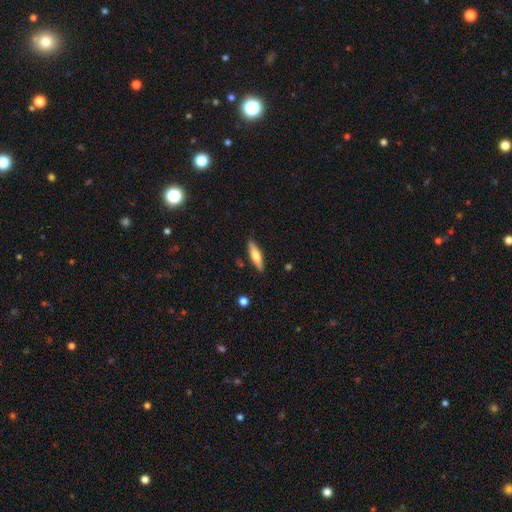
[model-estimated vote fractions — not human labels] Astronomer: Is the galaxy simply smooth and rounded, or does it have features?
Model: smooth — 66%.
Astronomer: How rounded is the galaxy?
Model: cigar-shaped — 66%.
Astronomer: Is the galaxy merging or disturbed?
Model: none — 87%.